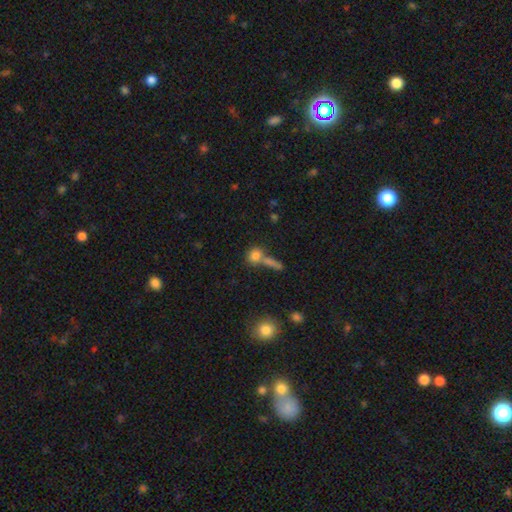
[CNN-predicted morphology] smooth-or-featured: smooth: 78% | star or artifact: 12% | featured or disk: 10%
  how-rounded: round: 62% | in between: 31% | cigar-shaped: 7%
  merging: none: 49% | merger: 37% | minor disturbance: 9% | major disturbance: 5%